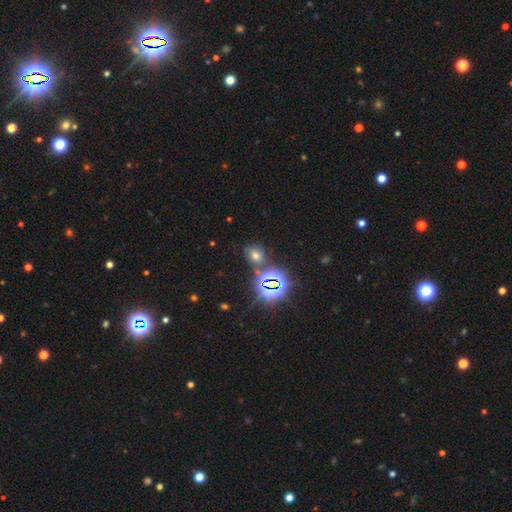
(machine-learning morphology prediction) This appears to be a smooth galaxy with no disk features (48%). Merging: none (71%).